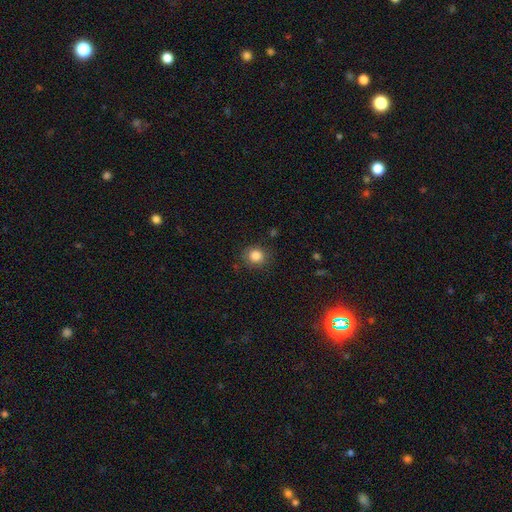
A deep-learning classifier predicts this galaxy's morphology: smooth_or_featured: smooth (p=0.84) [alt: star or artifact p=0.10]
how_rounded: round (p=0.83) [alt: in between p=0.16]
merging: none (p=0.81) [alt: minor disturbance p=0.13]